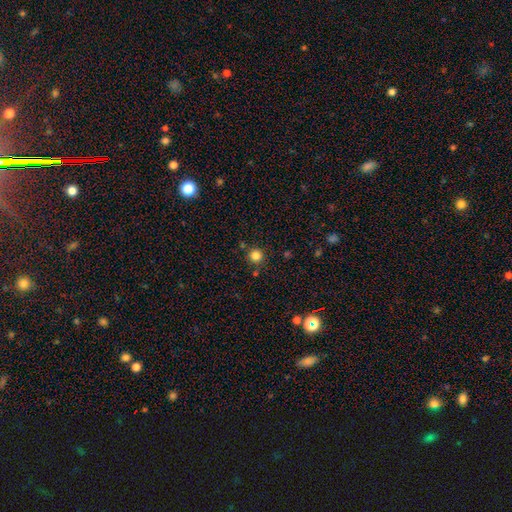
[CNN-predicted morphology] smooth-or-featured: smooth: 82% | star or artifact: 13% | featured or disk: 4%
  how-rounded: round: 95% | in between: 4% | cigar-shaped: 1%
  merging: none: 84% | minor disturbance: 7% | merger: 6% | major disturbance: 2%